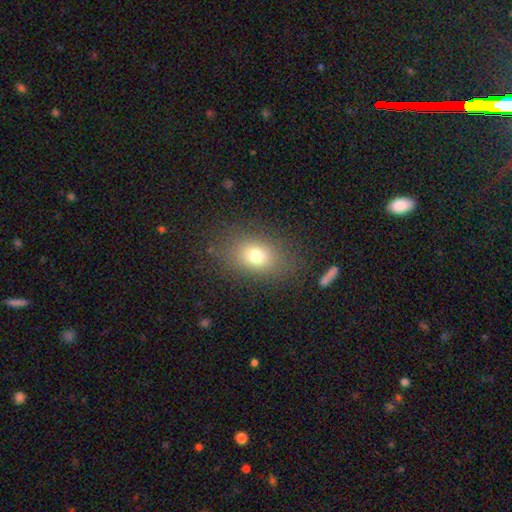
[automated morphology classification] smooth-or-featured: smooth: 75% | star or artifact: 13% | featured or disk: 12%
  how-rounded: in between: 67% | round: 31% | cigar-shaped: 2%
  merging: none: 81% | minor disturbance: 11% | major disturbance: 6% | merger: 2%